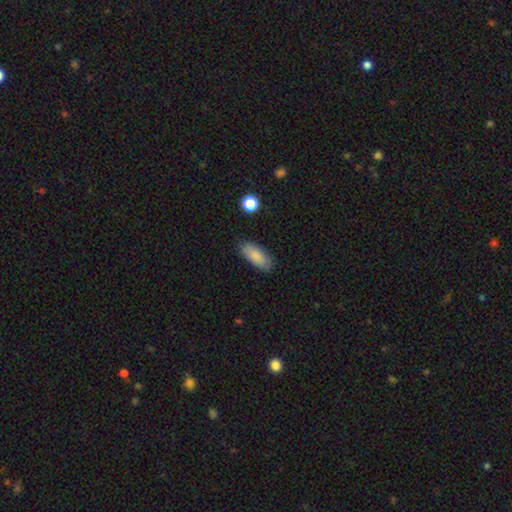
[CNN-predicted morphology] The model was most divided on "how rounded": in between: 81%, cigar-shaped: 17%, round: 2%. More confident: smooth or featured — smooth (86%); merging — none (83%).